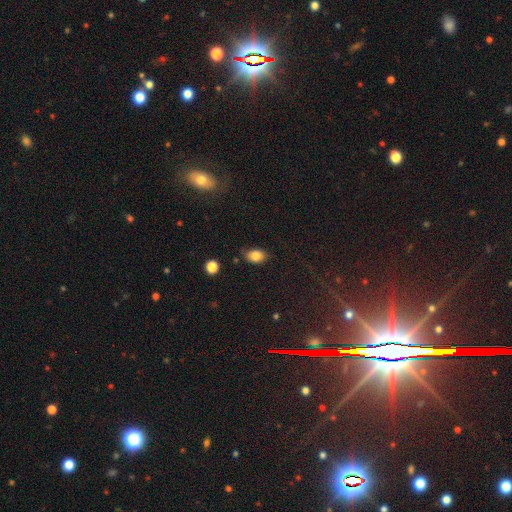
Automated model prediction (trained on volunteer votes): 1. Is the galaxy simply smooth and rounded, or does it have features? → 82% smooth, 10% star or artifact, 8% featured or disk.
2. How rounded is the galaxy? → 78% in between, 20% round, 1% cigar-shaped.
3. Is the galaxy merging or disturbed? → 65% none, 27% minor disturbance, 5% major disturbance, 3% merger.